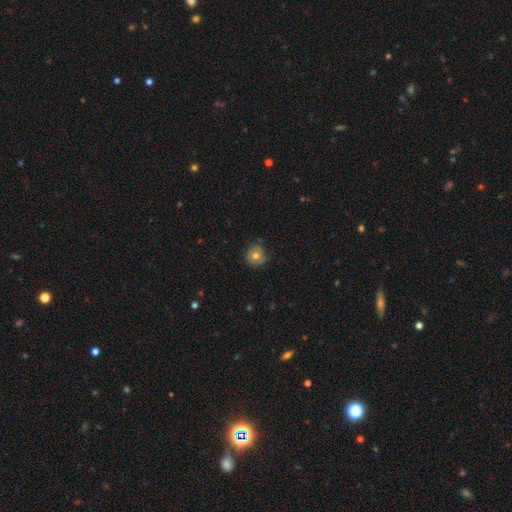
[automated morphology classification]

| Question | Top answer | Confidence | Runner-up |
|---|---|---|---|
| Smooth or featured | smooth | 59% | featured or disk (32%) |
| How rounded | round | 87% | in between (12%) |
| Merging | none | 73% | minor disturbance (20%) |